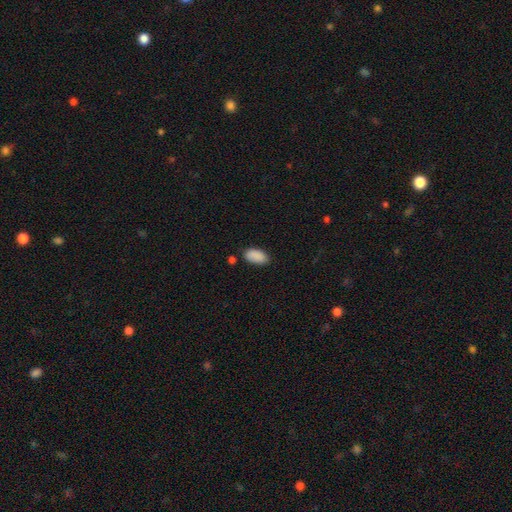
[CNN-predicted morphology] Smooth or featured? smooth (90%)
How rounded? in between (95%)
Merging? none (79%)